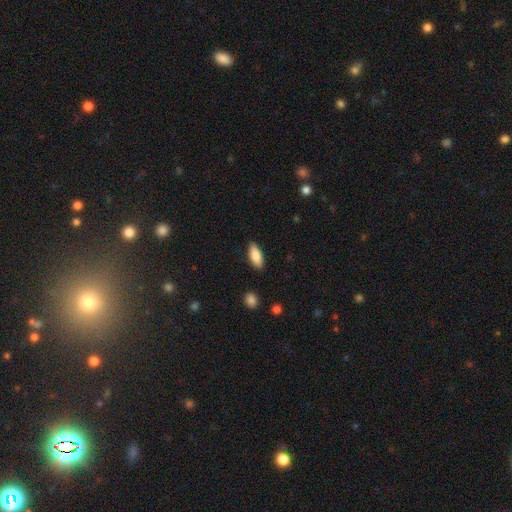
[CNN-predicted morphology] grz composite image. It shows a smooth galaxy with no disk features (85%) that is in between round and cigar-shaped (83%). Merging: none (87%).